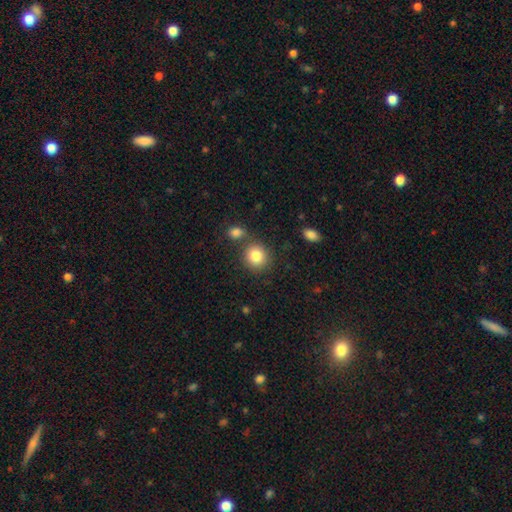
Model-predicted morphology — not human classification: This appears to be a smooth galaxy with no disk features (84%) that is round (85%). Merging: none (73%).